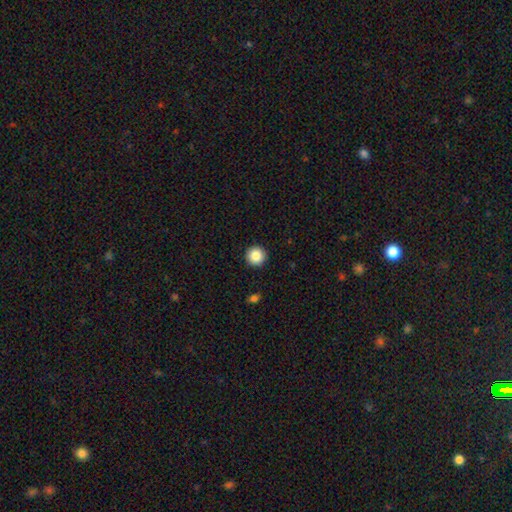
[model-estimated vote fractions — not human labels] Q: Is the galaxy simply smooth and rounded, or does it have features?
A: smooth — 86%.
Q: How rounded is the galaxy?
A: round — 96%.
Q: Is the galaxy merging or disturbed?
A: none — 93%.